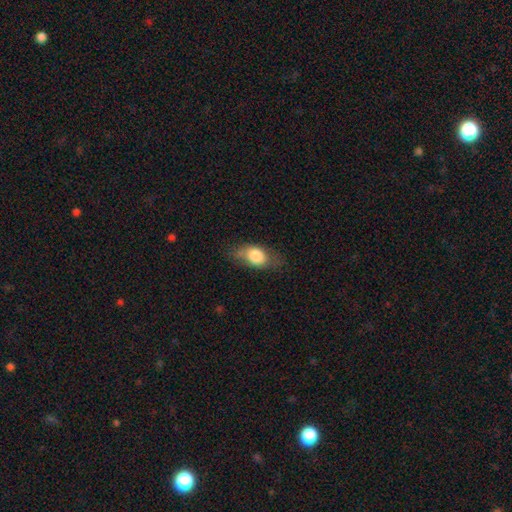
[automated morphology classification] Smooth or featured?
  - smooth: 78% *
  - featured or disk: 15%
  - star or artifact: 7%
How rounded?
  - in between: 81% *
  - round: 15%
  - cigar-shaped: 4%
Merging?
  - none: 64% *
  - minor disturbance: 25%
  - major disturbance: 9%
  - merger: 2%